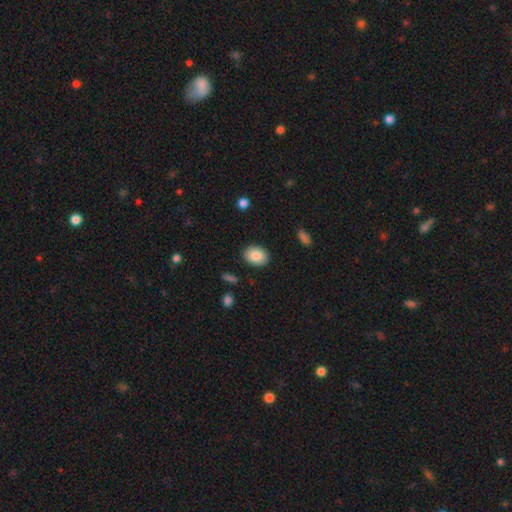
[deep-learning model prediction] The model was most divided on "how rounded": in between: 75%, round: 24%, cigar-shaped: 1%. More confident: merging — none (88%); smooth or featured — smooth (84%).